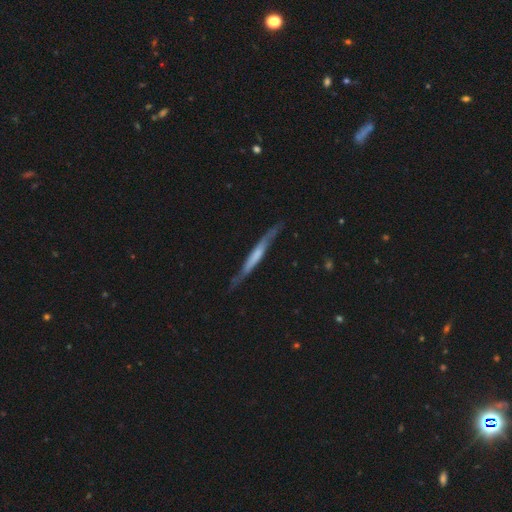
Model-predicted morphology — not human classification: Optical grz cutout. It shows a featured or disk galaxy (60%) viewed edge-on (87%) with no central bulge (56%). Merging: none (71%).